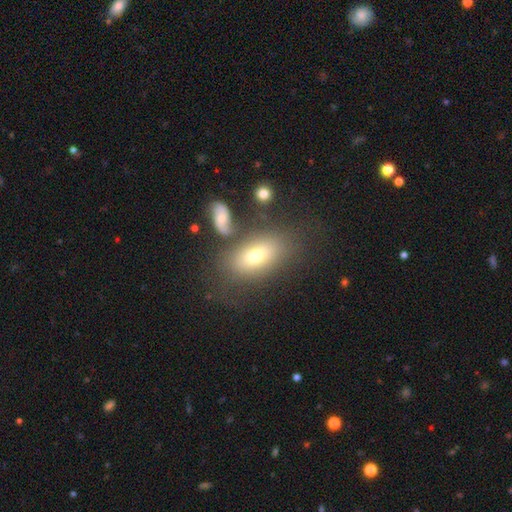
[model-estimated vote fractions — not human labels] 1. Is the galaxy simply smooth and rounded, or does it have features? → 68% smooth, 21% featured or disk, 11% star or artifact.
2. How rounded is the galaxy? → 84% in between, 12% round, 4% cigar-shaped.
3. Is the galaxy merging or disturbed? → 67% none, 14% minor disturbance, 10% merger, 8% major disturbance.